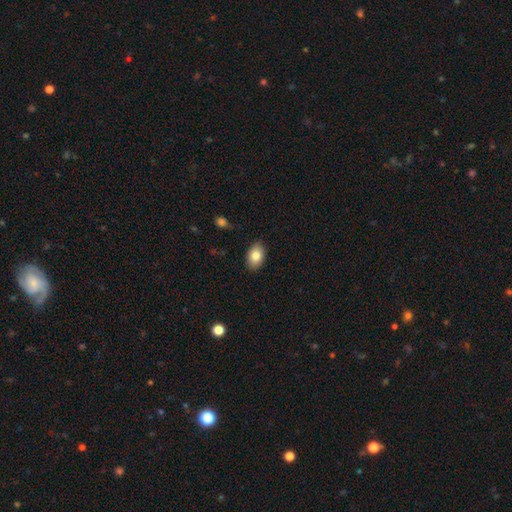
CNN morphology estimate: A smooth galaxy with no disk features (83%) that is in between round and cigar-shaped (87%).

Vote fractions:
- Smooth or featured? smooth: 83% / featured or disk: 10% / star or artifact: 7%
- How rounded? in between: 87% / round: 12% / cigar-shaped: 1%
- Merging? none: 88% / minor disturbance: 9% / major disturbance: 2% / merger: 1%